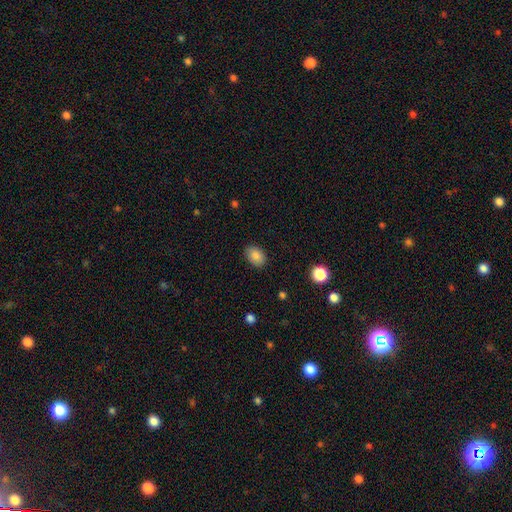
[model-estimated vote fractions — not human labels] Overall: smooth (85%). How rounded: in between (78%). Merging: none (87%).